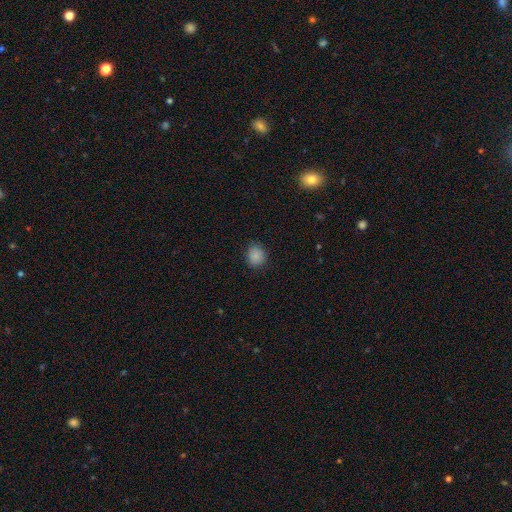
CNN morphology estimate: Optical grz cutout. It shows a smooth galaxy with no disk features (86%) that is round (79%). Merging: none (86%).